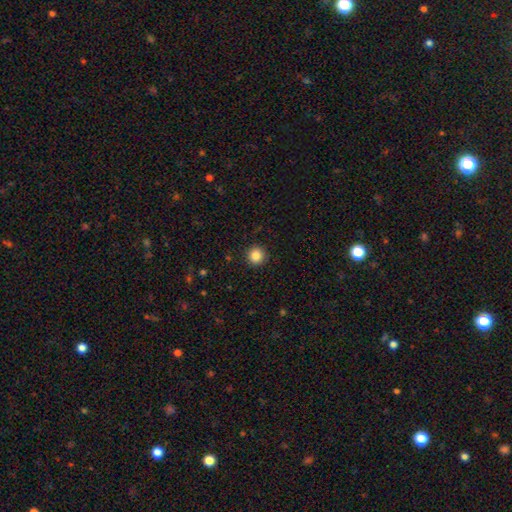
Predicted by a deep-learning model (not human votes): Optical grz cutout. It shows a smooth galaxy with no disk features (86%) that is round (95%). Merging: none (92%).